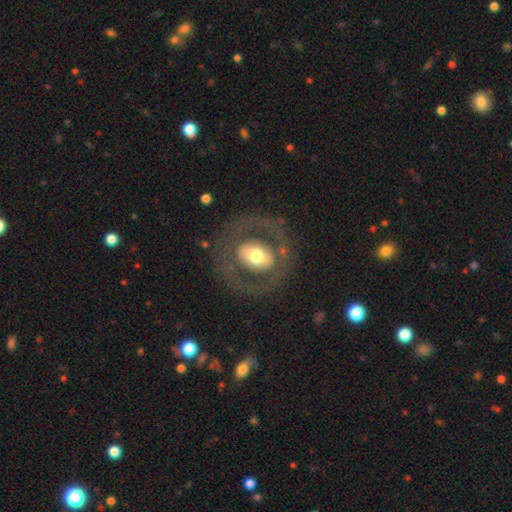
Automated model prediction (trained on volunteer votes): The model was most divided on "smooth or featured": featured or disk: 53%, smooth: 40%, star or artifact: 7%. More confident: edge-on disk — no (93%); merging — none (76%).